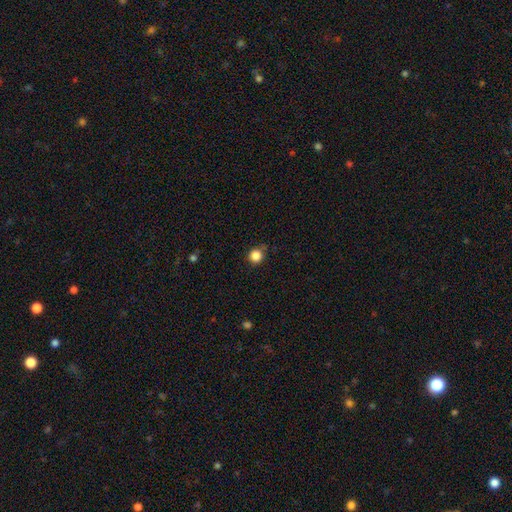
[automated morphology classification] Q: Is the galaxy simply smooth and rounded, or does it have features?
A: smooth — 85%.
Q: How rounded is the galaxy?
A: round — 93%.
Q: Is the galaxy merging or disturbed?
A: none — 82%.